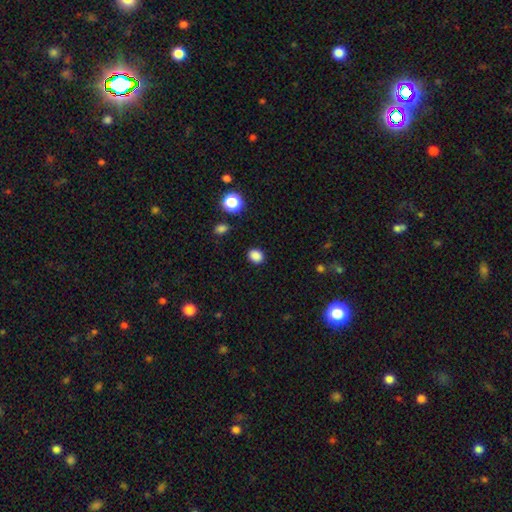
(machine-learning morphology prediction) The model was most divided on "how rounded": round: 53%, in between: 46%, cigar-shaped: 1%. More confident: merging — none (88%); smooth or featured — smooth (86%).